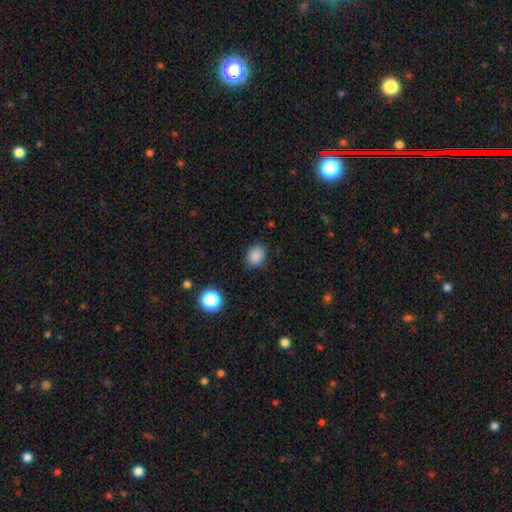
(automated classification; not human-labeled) Q: Smooth or featured?
A: smooth (85%); runner-up: star or artifact (11%)
Q: How rounded?
A: round (58%); runner-up: in between (41%)
Q: Merging?
A: none (83%); runner-up: minor disturbance (12%)